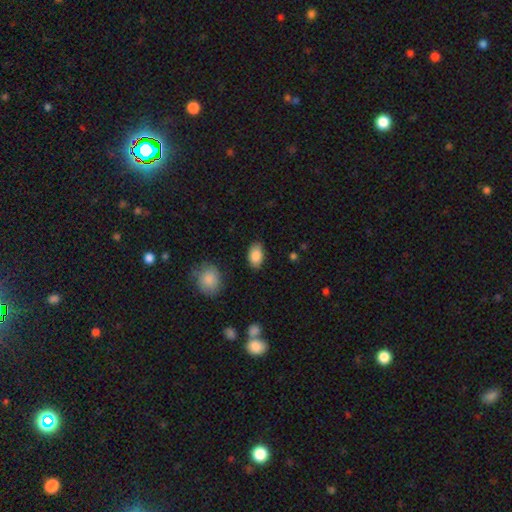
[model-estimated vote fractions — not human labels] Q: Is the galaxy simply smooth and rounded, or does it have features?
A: smooth — 86%.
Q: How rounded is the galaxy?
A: in between — 91%.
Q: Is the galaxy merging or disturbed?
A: none — 86%.